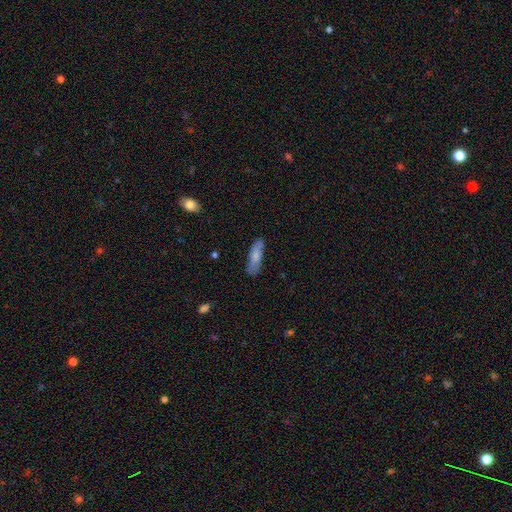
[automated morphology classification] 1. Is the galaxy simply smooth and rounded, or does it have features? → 71% smooth, 23% featured or disk, 6% star or artifact.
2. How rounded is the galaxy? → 53% cigar-shaped, 45% in between, 2% round.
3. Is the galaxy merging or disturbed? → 73% none, 20% minor disturbance, 5% major disturbance, 2% merger.